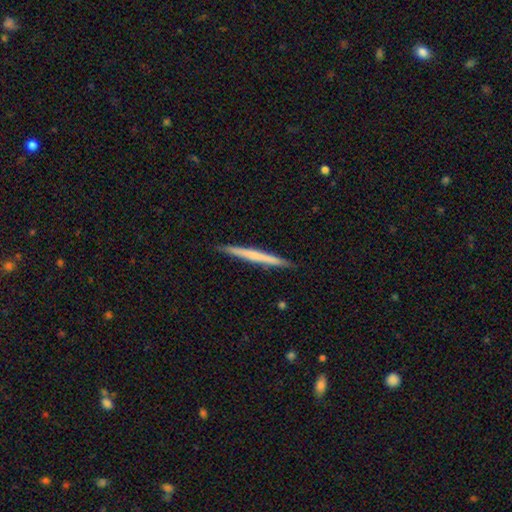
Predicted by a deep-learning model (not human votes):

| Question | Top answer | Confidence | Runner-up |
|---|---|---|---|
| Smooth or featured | smooth | 52% | featured or disk (43%) |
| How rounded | cigar-shaped | 97% | in between (2%) |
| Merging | none | 92% | minor disturbance (6%) |